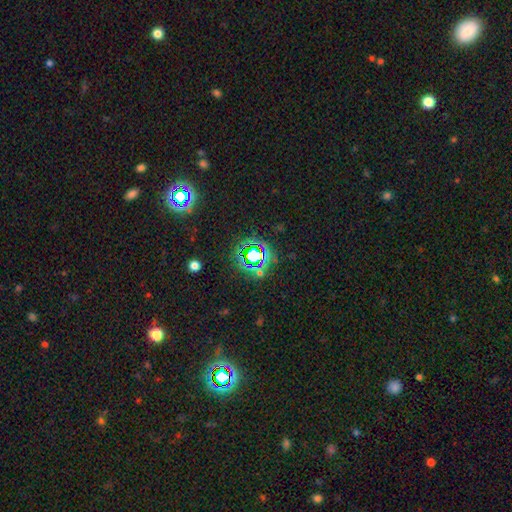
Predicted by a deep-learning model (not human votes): star or artifact 70%, smooth 20%, featured or disk 10%.